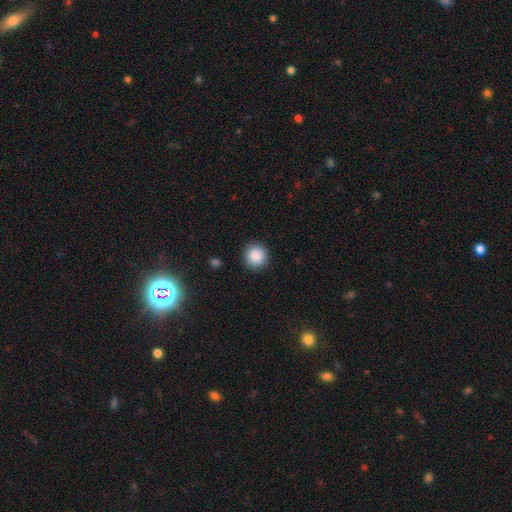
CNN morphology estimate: smooth_or_featured: smooth (p=0.88) [alt: star or artifact p=0.09]
how_rounded: round (p=0.93) [alt: in between p=0.06]
merging: none (p=0.91) [alt: minor disturbance p=0.06]